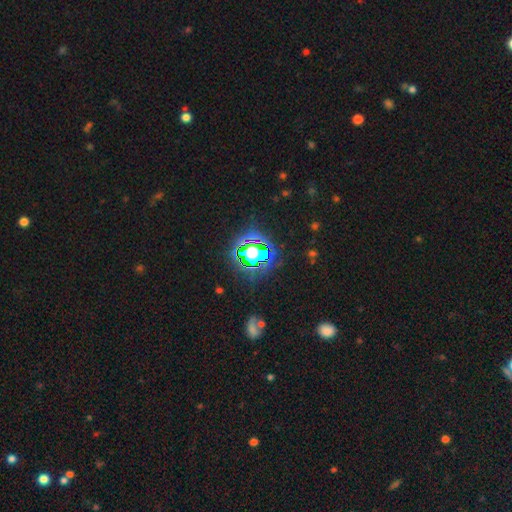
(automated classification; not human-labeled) smooth_or_featured: star or artifact (p=0.66) [alt: smooth p=0.21]